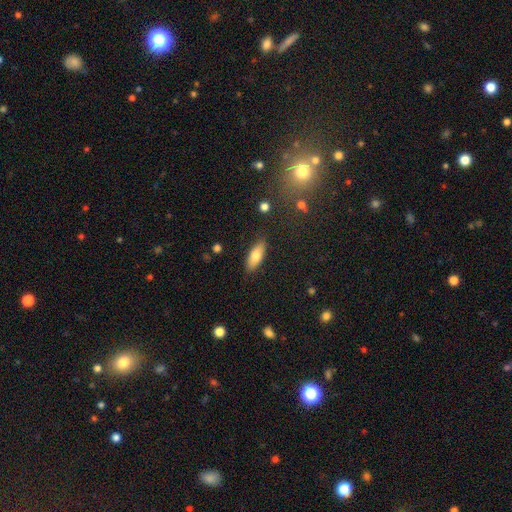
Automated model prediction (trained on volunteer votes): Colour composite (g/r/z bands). It shows a smooth galaxy with no disk features (76%) that is in between round and cigar-shaped (73%). Merging: none (86%).